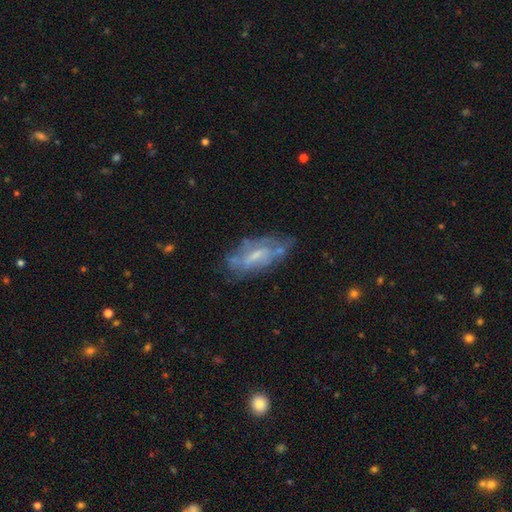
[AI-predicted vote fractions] smooth-or-featured: featured or disk: 64% | smooth: 28% | star or artifact: 8%
  disk-edge-on: no: 87% | yes: 13%
    bar: weak: 45% | no: 42% | strong: 13%
    has-spiral-arms: yes: 56% | no: 44%
    bulge-size: small: 48% | moderate: 31% | none: 17% | large: 3% | dominant: 1%
  merging: none: 55% | minor disturbance: 27% | major disturbance: 13% | merger: 5%